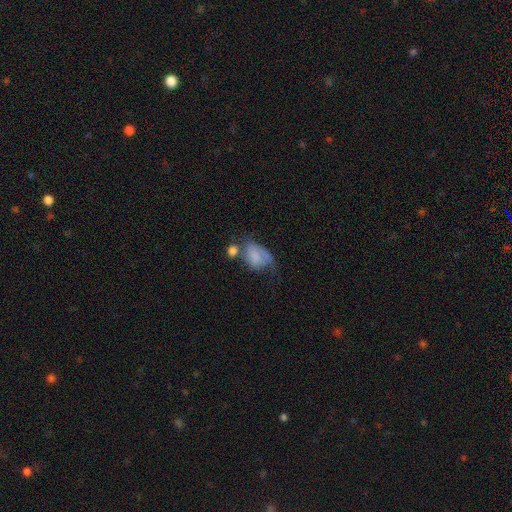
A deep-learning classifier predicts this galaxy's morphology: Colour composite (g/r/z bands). It shows a smooth galaxy with no disk features (65%) that is in between round and cigar-shaped (80%). Merging: major disturbance (29%).